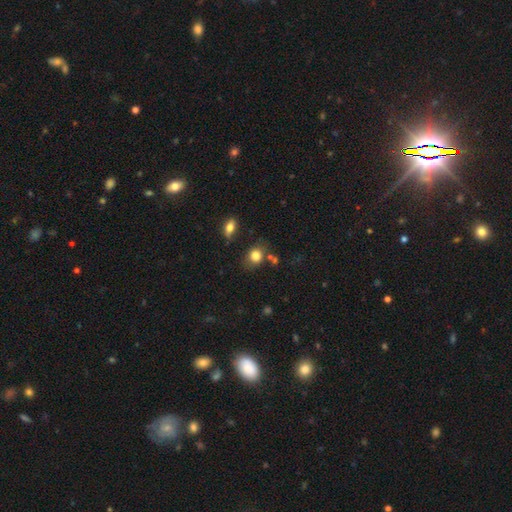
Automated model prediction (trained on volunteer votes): smooth_or_featured: smooth (p=0.82) [alt: star or artifact p=0.11]
how_rounded: round (p=0.61) [alt: in between p=0.38]
merging: none (p=0.70) [alt: minor disturbance p=0.18]